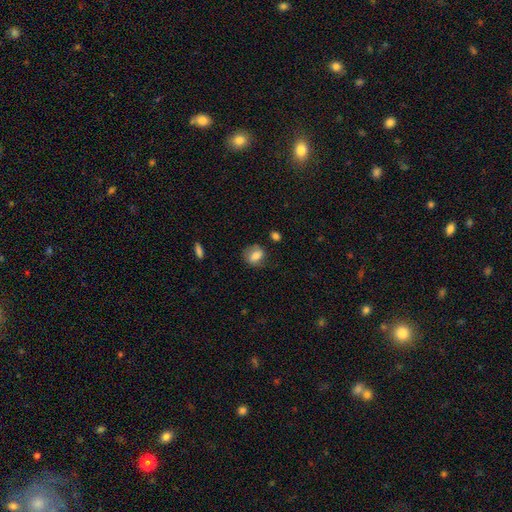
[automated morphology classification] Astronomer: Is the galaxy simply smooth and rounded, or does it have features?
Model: smooth — 74%.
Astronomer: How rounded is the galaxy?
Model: in between — 56% (runner-up: round, 42%).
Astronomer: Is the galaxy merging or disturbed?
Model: none — 67%.